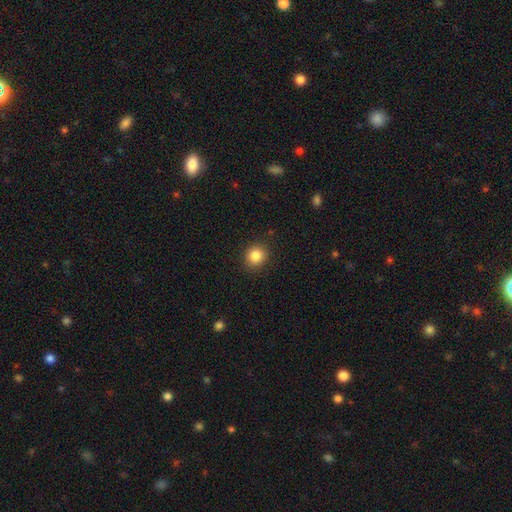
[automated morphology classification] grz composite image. It shows a smooth galaxy with no disk features (85%) that is round (84%). Merging: none (90%).